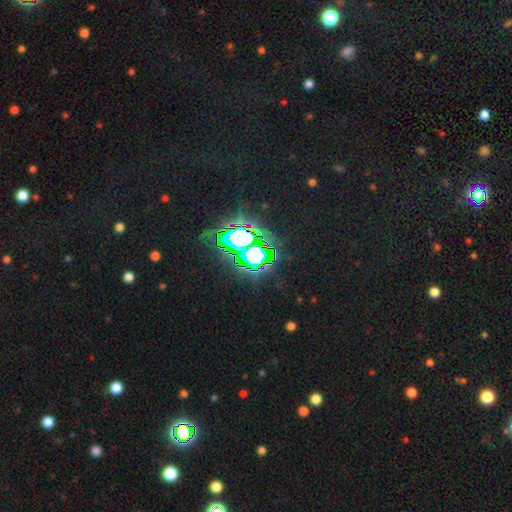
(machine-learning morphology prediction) A star or artifact, not a galaxy (77%).